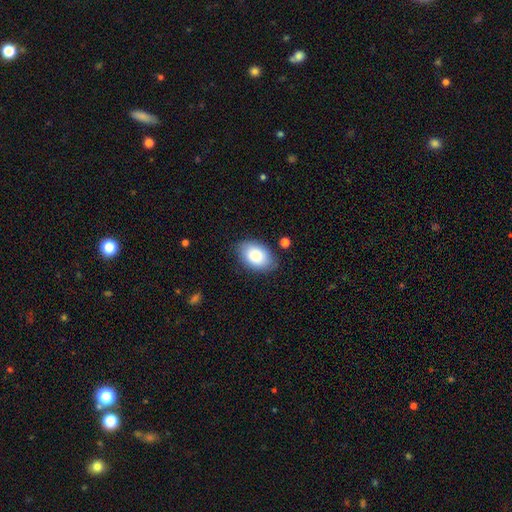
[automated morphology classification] smooth 83%, featured or disk 10%, star or artifact 6%. Down the decision tree: how rounded — in between (90%); merging — none (80%).